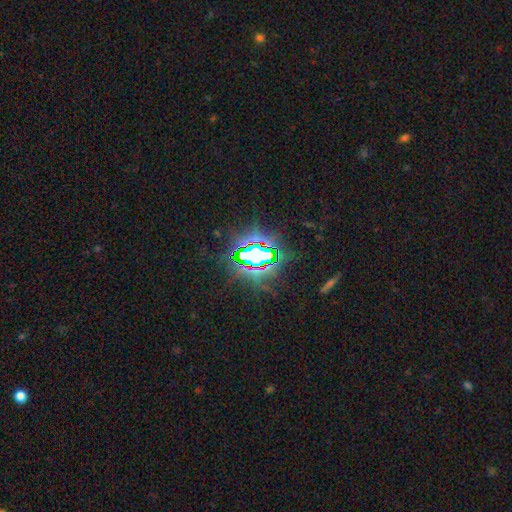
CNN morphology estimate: This is likely a star or artifact rather than a galaxy (79%).